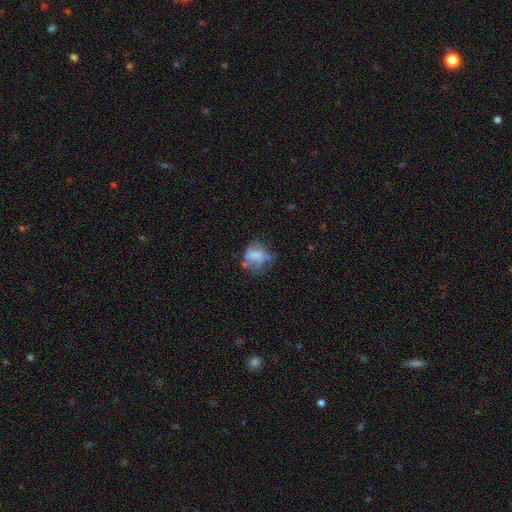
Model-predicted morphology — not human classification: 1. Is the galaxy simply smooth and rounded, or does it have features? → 52% smooth, 36% featured or disk, 12% star or artifact.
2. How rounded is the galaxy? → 57% round, 42% in between, 1% cigar-shaped.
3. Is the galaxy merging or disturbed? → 38% none, 28% major disturbance, 26% minor disturbance, 8% merger.